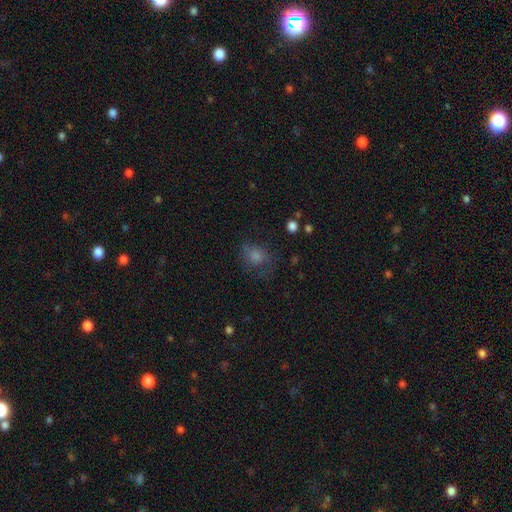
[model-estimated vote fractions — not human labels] This is possibly a smooth galaxy (49%). Merging: likely none (62%).